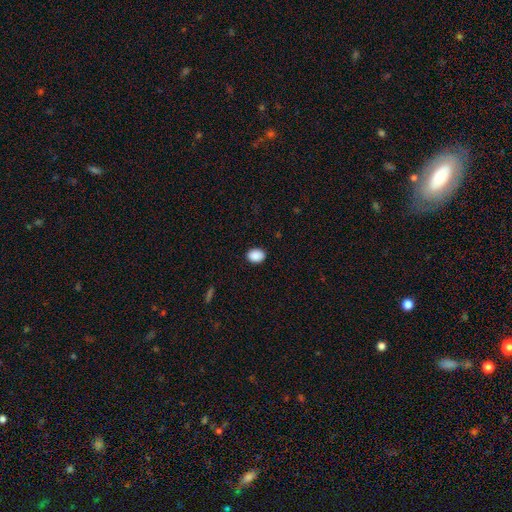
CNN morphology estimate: This appears to be a smooth galaxy with no disk features (90%) that is in between round and cigar-shaped (68%). Merging: none (89%).